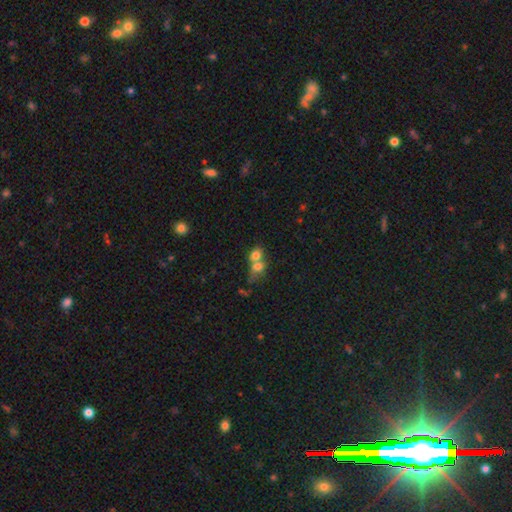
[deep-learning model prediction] Smooth or featured: smooth — 73% (featured or disk — 15%)
How rounded: round — 53% (in between — 45%)
Merging: merger — 70% (none — 20%)